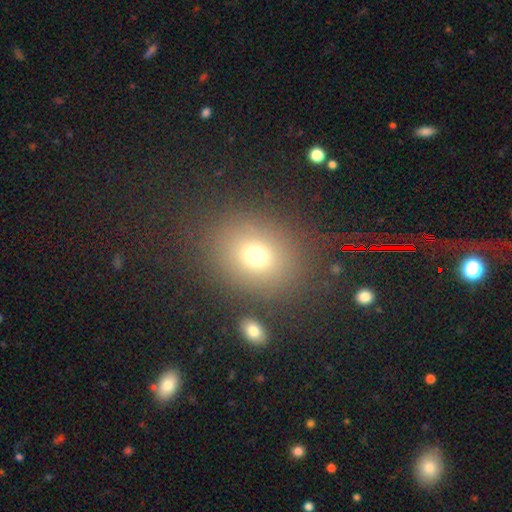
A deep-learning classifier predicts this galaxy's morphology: The model was most divided on "how rounded": round: 61%, in between: 38%, cigar-shaped: 1%. More confident: merging — none (79%); smooth or featured — smooth (71%).